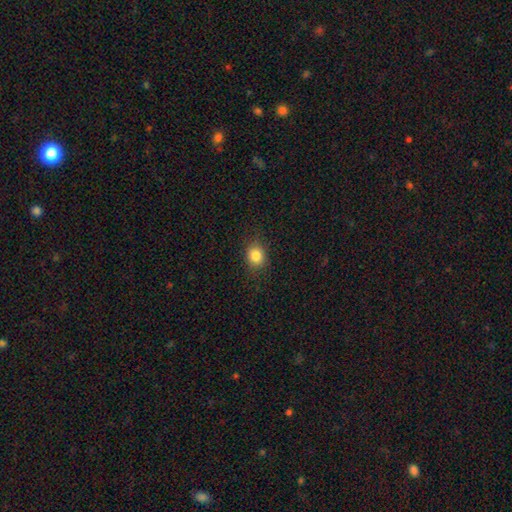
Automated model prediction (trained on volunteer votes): A smooth galaxy with no disk features (84%) that is round (64%).

Vote fractions:
- Smooth or featured? smooth: 84% / star or artifact: 11% / featured or disk: 6%
- How rounded? round: 64% / in between: 35% / cigar-shaped: 1%
- Merging? none: 84% / minor disturbance: 11% / major disturbance: 3% / merger: 1%